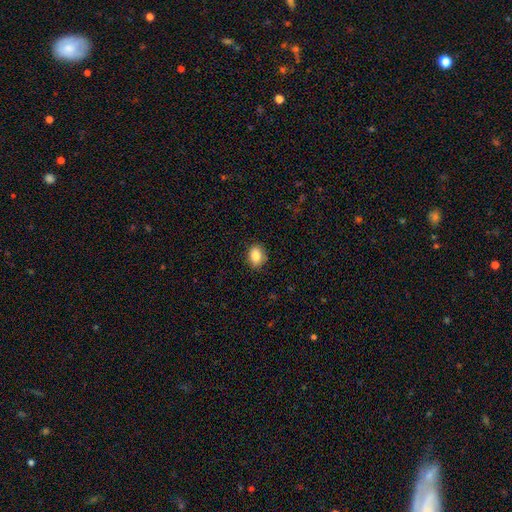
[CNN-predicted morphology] smooth 87%, star or artifact 8%, featured or disk 5%. Down the decision tree: how rounded — in between (69%); merging — none (85%).